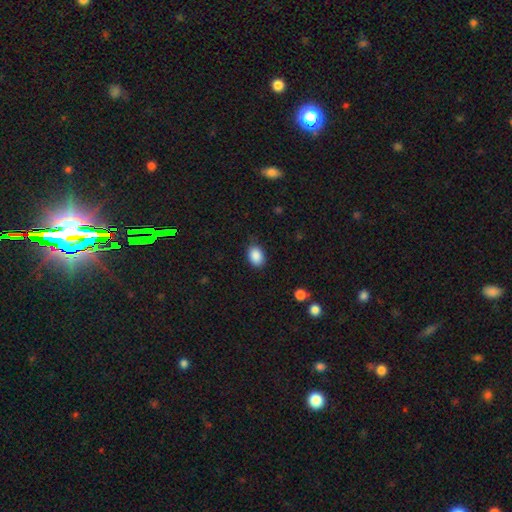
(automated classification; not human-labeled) Smooth or featured? smooth (89%)
How rounded? in between (77%)
Merging? none (82%)